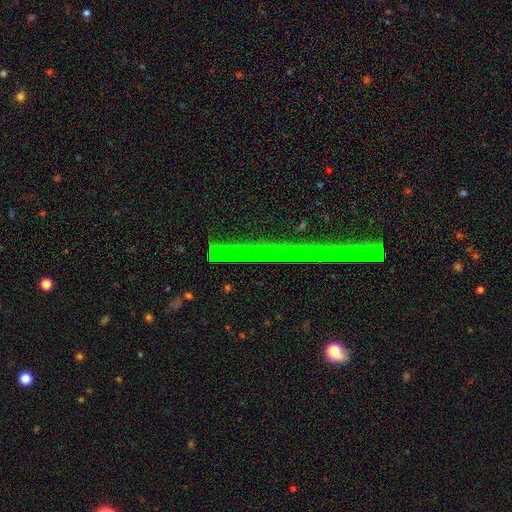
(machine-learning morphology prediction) This appears to be a star or artifact, not a galaxy (74%).